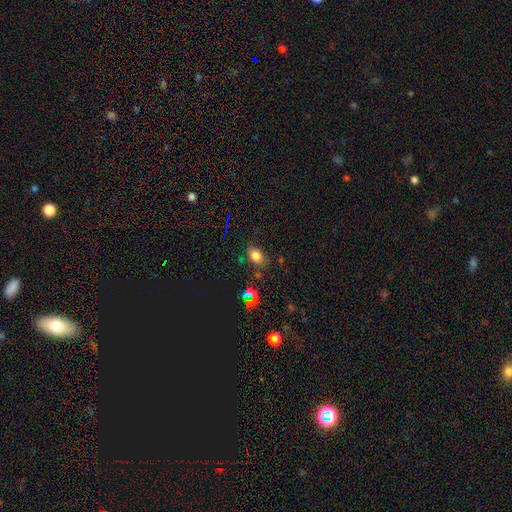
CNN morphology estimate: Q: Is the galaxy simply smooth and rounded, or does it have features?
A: smooth — 74%.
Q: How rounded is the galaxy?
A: in between — 73%.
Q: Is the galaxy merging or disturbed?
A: none — 75%.